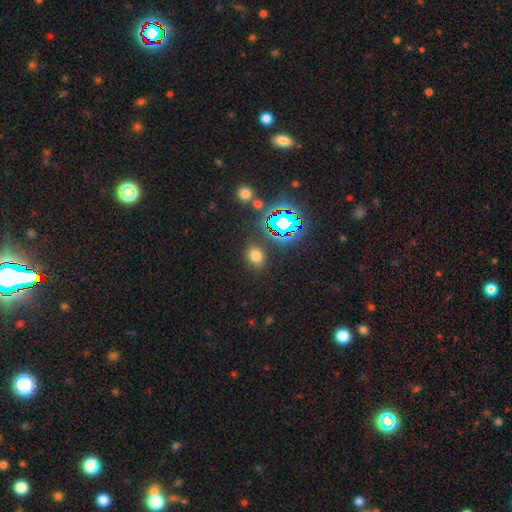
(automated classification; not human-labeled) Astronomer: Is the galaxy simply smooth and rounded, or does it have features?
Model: smooth — 66%.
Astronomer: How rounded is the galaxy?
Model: in between — 57% (runner-up: round, 42%).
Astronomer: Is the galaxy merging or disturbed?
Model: none — 82%.